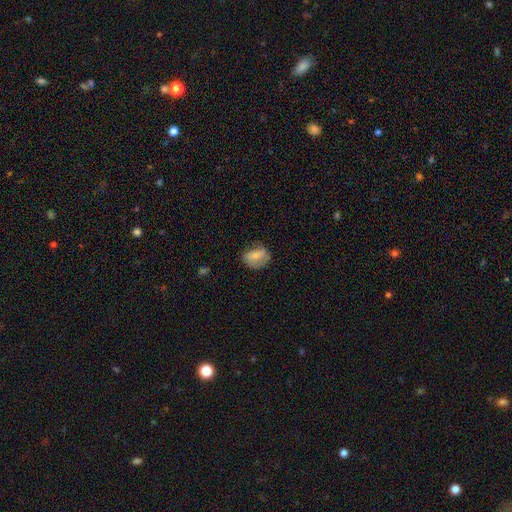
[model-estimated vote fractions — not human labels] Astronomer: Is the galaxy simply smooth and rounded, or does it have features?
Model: smooth — 63%.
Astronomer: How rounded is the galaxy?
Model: in between — 63%.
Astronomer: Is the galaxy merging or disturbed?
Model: none — 64%.